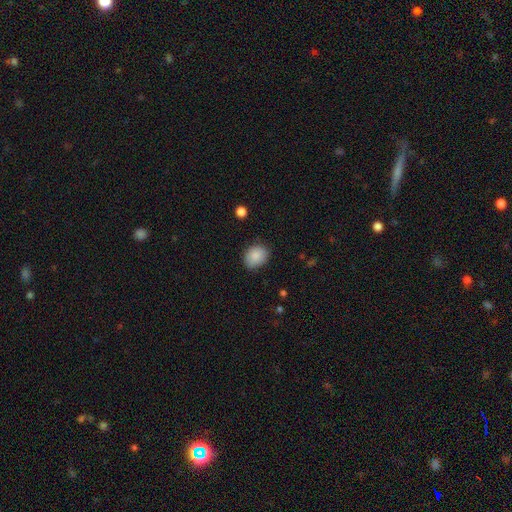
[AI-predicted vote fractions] A smooth galaxy with no disk features (87%) that is in between round and cigar-shaped (57%).

Vote fractions:
- Smooth or featured? smooth: 87% / star or artifact: 8% / featured or disk: 5%
- How rounded? in between: 57% / round: 43% / cigar-shaped: 1%
- Merging? none: 81% / minor disturbance: 14% / major disturbance: 3% / merger: 1%